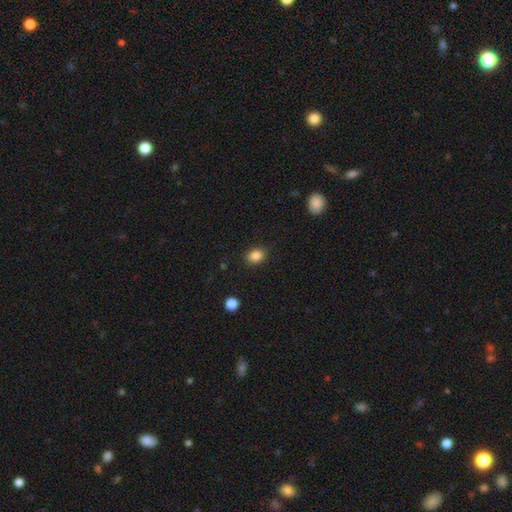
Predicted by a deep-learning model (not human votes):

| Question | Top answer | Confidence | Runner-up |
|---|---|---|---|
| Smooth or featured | smooth | 86% | star or artifact (10%) |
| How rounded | in between | 57% | round (42%) |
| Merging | none | 88% | minor disturbance (9%) |